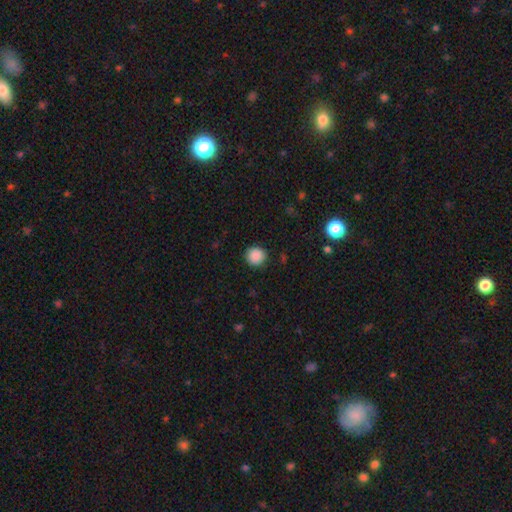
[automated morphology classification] Q: Smooth or featured?
A: smooth (88%); runner-up: star or artifact (9%)
Q: How rounded?
A: round (92%); runner-up: in between (7%)
Q: Merging?
A: none (90%); runner-up: minor disturbance (6%)